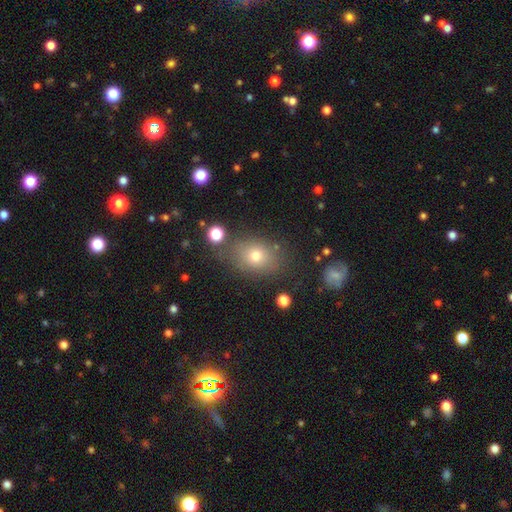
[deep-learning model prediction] smooth_or_featured: smooth (p=0.70) [alt: star or artifact p=0.17]
how_rounded: in between (p=0.62) [alt: round p=0.36]
merging: none (p=0.77) [alt: minor disturbance p=0.13]